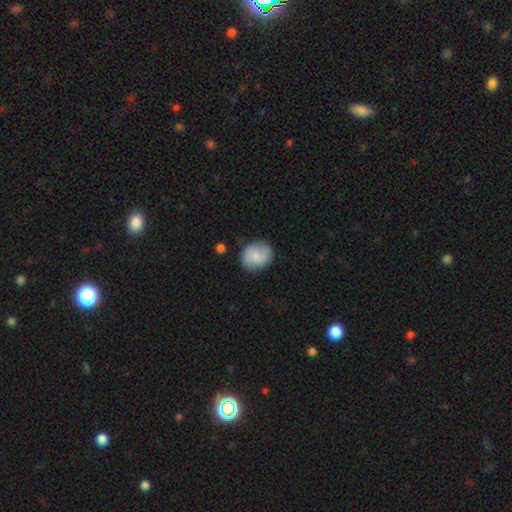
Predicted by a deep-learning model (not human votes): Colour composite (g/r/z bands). It shows a smooth galaxy with no disk features (65%) that is round (70%). Merging: none (82%).